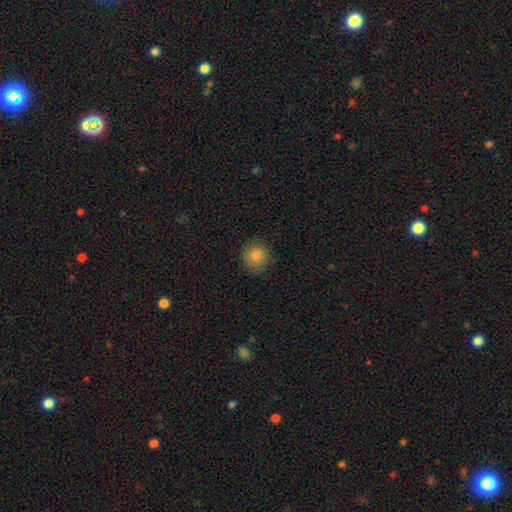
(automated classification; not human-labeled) Overall: smooth (85%). How rounded: round (92%). Merging: none (85%).